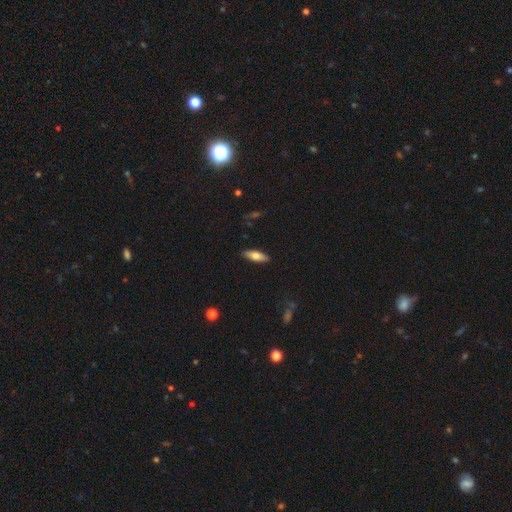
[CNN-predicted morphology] Smooth or featured? smooth (69%)
How rounded? in between (59%)
Merging? none (88%)